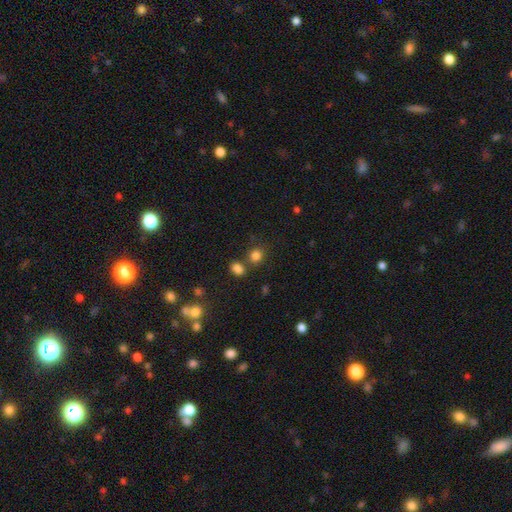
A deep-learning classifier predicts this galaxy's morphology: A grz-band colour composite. It shows a smooth galaxy with no disk features (82%) that is round (78%). Merging: none (69%).